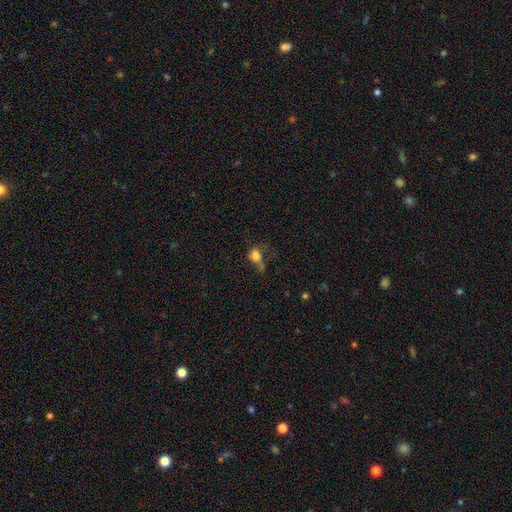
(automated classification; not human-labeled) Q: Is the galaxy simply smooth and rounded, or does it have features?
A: smooth — 72%.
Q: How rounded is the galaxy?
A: in between — 59%.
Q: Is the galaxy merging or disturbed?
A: major disturbance — 33%.